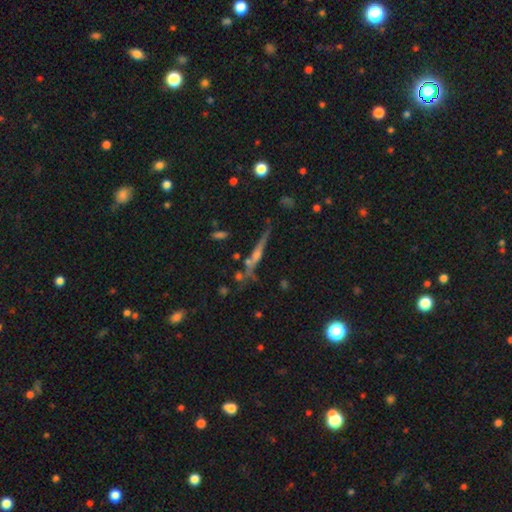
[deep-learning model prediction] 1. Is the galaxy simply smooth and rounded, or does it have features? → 67% featured or disk, 19% smooth, 14% star or artifact.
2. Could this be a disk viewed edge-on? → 94% yes, 6% no.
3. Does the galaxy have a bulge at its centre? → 68% rounded, 22% none, 10% boxy.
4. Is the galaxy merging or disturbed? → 75% none, 13% minor disturbance, 7% merger, 5% major disturbance.